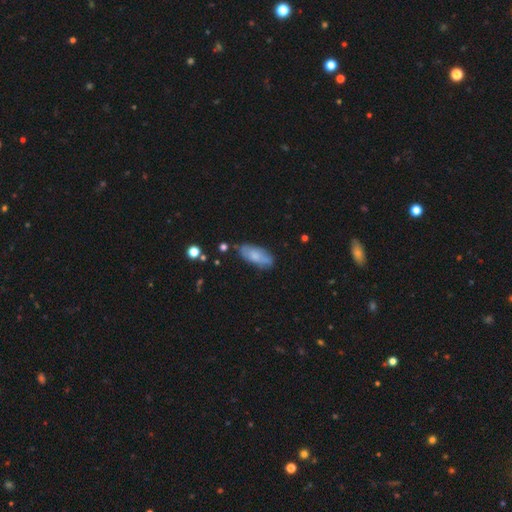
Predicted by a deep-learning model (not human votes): A smooth galaxy with no disk features (67%) that is in between round and cigar-shaped (82%). Merging: none (69%).